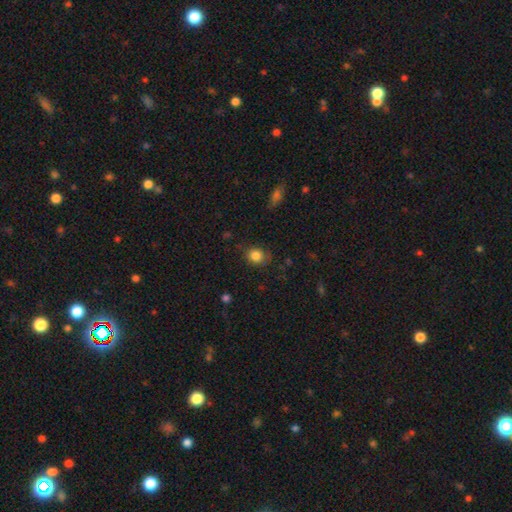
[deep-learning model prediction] A smooth galaxy with no disk features (85%) that is round (67%). Merging: none (74%).